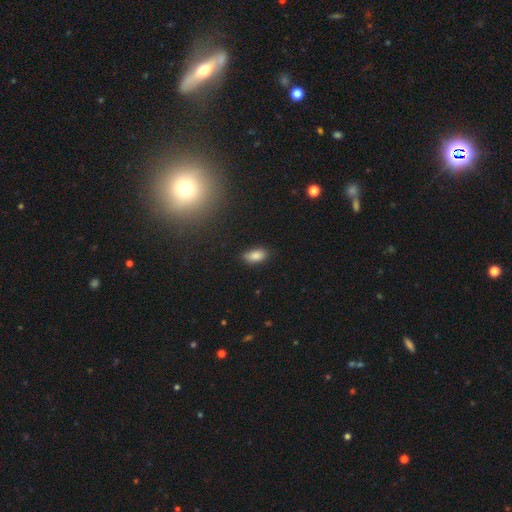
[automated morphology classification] type=smooth (84%); roundness=in between (89%); merging=none (79%).